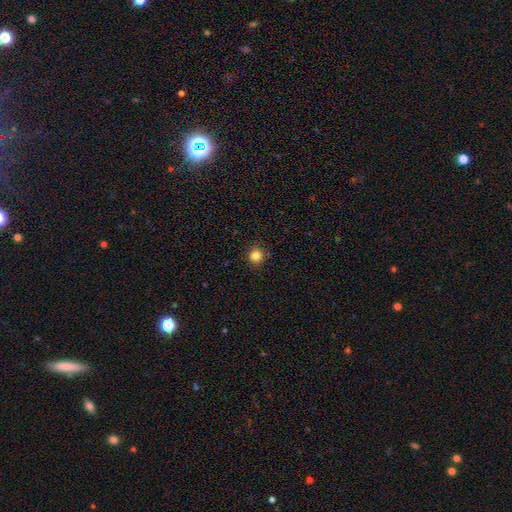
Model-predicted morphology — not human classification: smooth 83%, star or artifact 12%, featured or disk 4%. Down the decision tree: how rounded — round (92%); merging — none (89%).